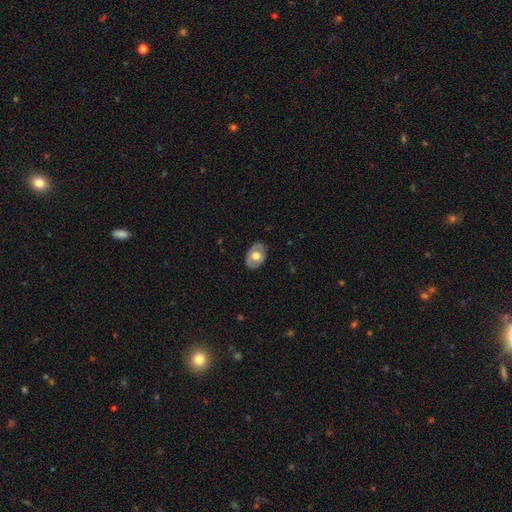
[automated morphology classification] Smooth or featured? smooth (50%)
Merging? none (80%)